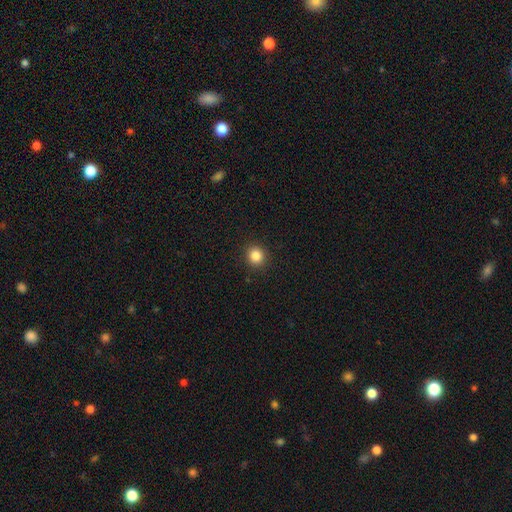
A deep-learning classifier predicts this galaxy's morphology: Overall: smooth (84%). How rounded: round (89%). Merging: none (92%).